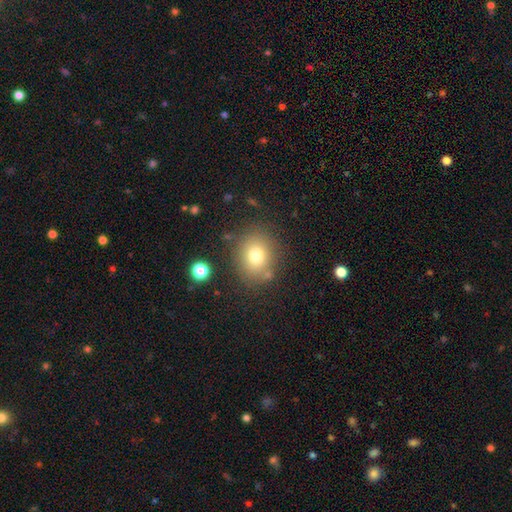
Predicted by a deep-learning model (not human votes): This appears to be a smooth galaxy with no disk features (75%) that is round (68%). Merging: none (78%).